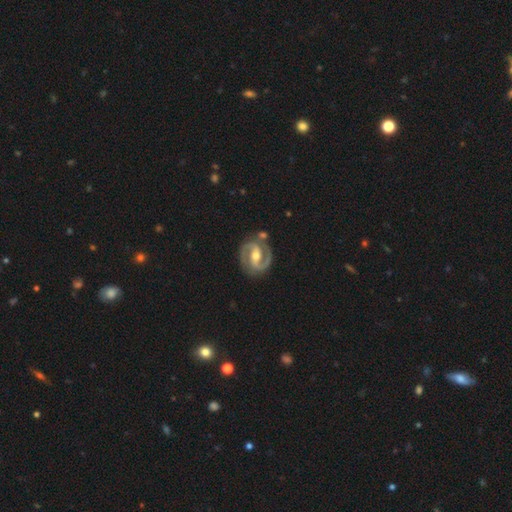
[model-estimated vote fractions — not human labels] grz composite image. It shows a featured or disk galaxy (91%) with a strong bar (50%), 2 (94%) medium (54%) spiral arms (98%) and a moderate central bulge (68%). Merging: none (80%).